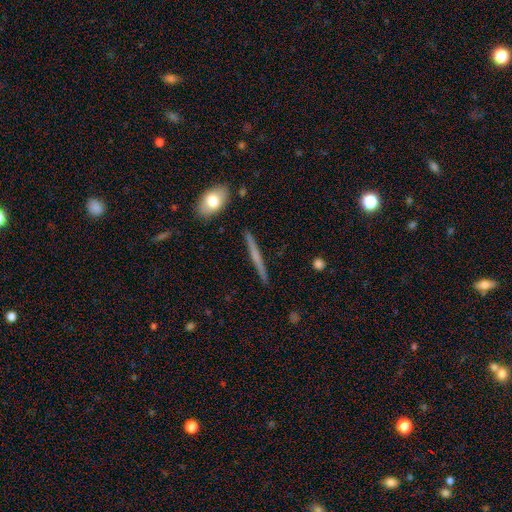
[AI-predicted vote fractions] The model was most divided on "smooth or featured": featured or disk: 54%, smooth: 39%, star or artifact: 7%. More confident: edge-on disk — yes (97%); merging — none (90%); edge-on bulge — none (71%).